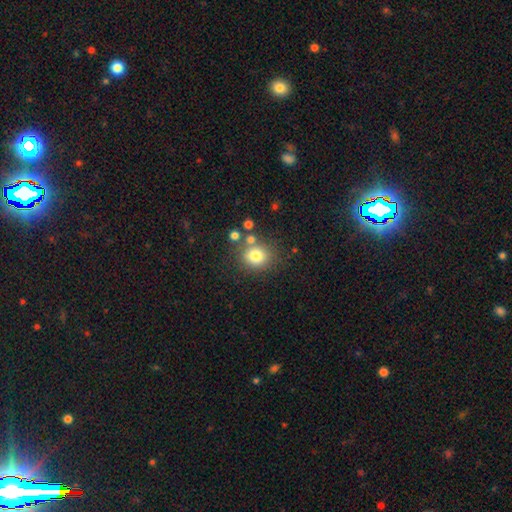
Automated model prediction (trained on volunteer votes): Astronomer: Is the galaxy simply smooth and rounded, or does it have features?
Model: smooth — 78%.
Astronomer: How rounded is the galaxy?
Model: round — 80%.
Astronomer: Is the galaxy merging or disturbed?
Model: none — 71%.